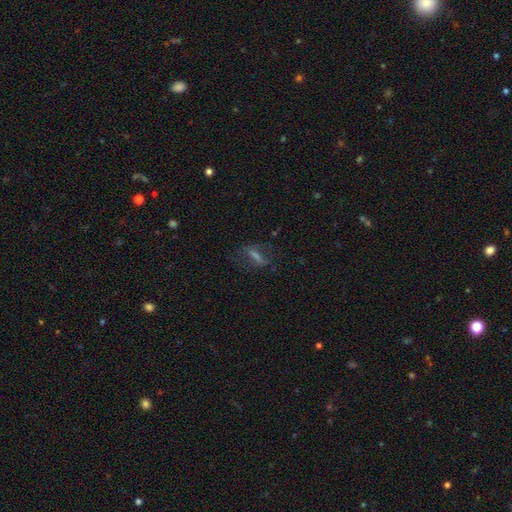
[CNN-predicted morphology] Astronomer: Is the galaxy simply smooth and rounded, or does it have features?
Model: featured or disk — 39% (runner-up: smooth, 37%).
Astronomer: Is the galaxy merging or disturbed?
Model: none — 65%.